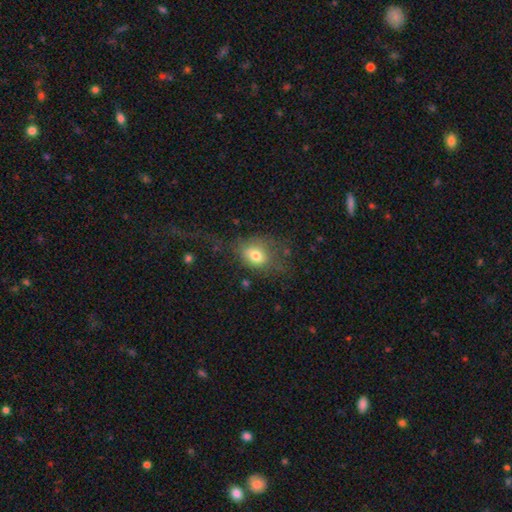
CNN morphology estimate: type=smooth (73%); roundness=in between (53%); merging=none (47%).